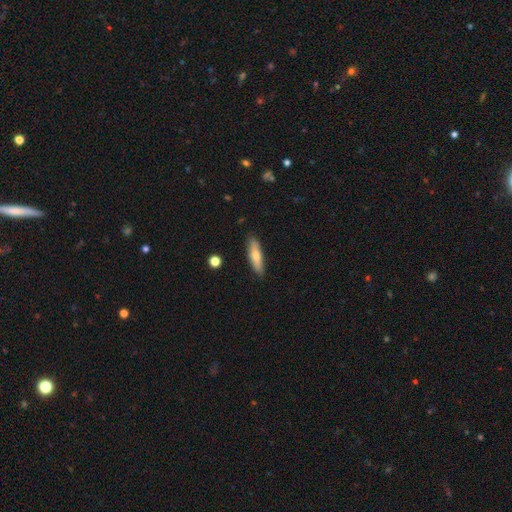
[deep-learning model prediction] This is likely a smooth galaxy (67%). How rounded: likely cigar-shaped (68%). Merging: clearly none (86%).